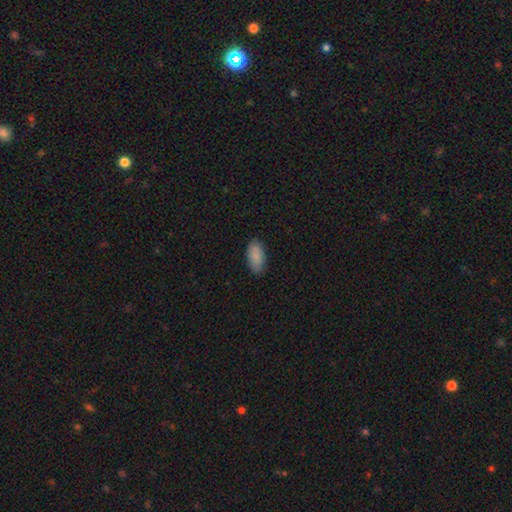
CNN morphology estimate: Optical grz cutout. It shows a smooth galaxy with no disk features (88%) that is in between round and cigar-shaped (93%). Merging: none (85%).